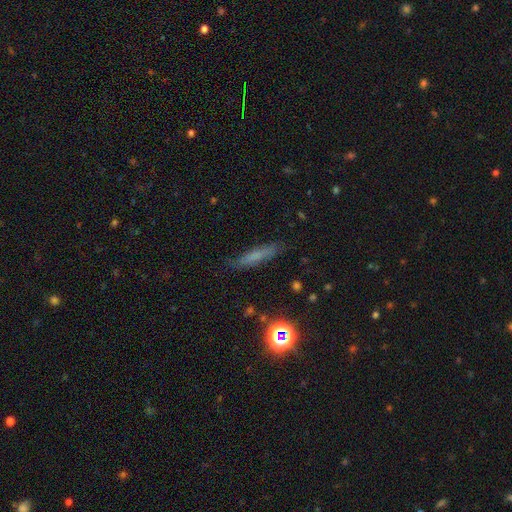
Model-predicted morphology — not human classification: Smooth or featured: smooth — 58% (featured or disk — 26%)
How rounded: cigar-shaped — 84% (in between — 13%)
Merging: none — 81% (minor disturbance — 14%)